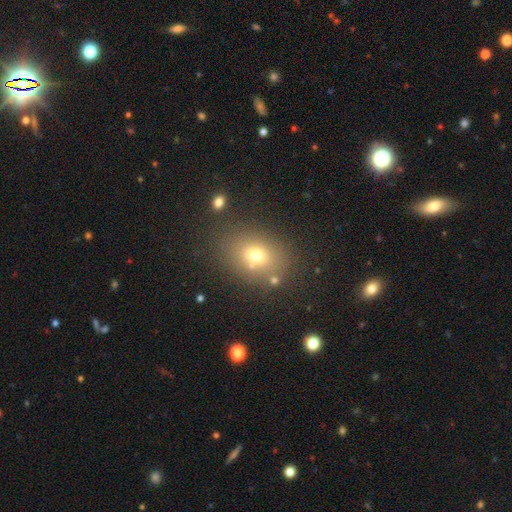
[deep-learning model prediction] smooth 68%, star or artifact 17%, featured or disk 15%. Down the decision tree: how rounded — in between (60%); merging — none (76%).